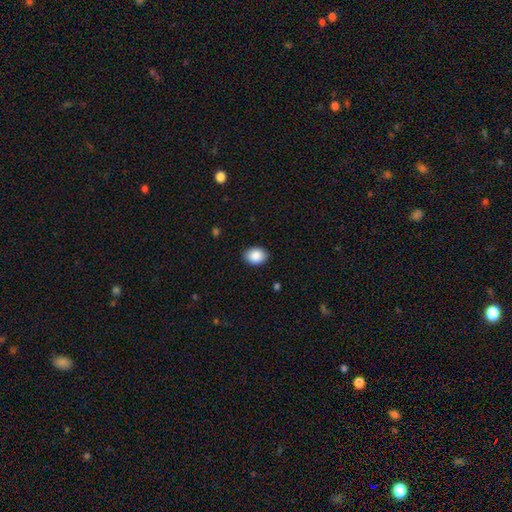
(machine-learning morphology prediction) The model was most divided on "how rounded": in between: 66%, round: 33%, cigar-shaped: 1%. More confident: smooth or featured — smooth (89%); merging — none (88%).